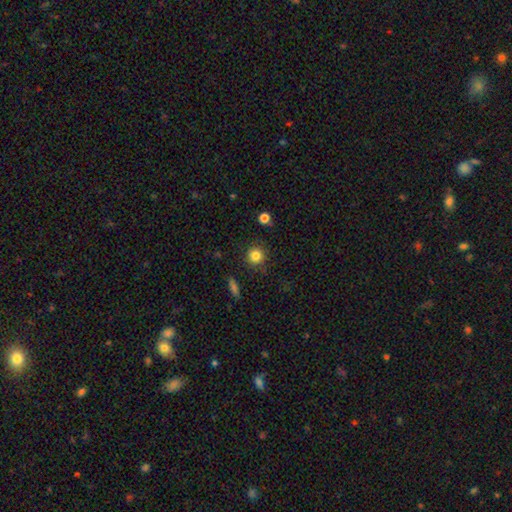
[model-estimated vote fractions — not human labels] This is clearly a smooth galaxy (83%). How rounded: clearly round (93%). Merging: clearly none (88%).